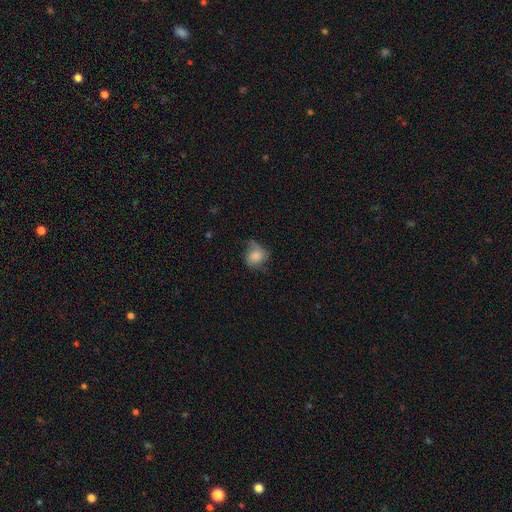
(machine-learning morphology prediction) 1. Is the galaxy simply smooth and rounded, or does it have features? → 58% smooth, 33% featured or disk, 9% star or artifact.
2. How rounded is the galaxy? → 63% round, 36% in between, 1% cigar-shaped.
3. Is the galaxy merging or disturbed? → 50% none, 30% minor disturbance, 18% major disturbance, 2% merger.